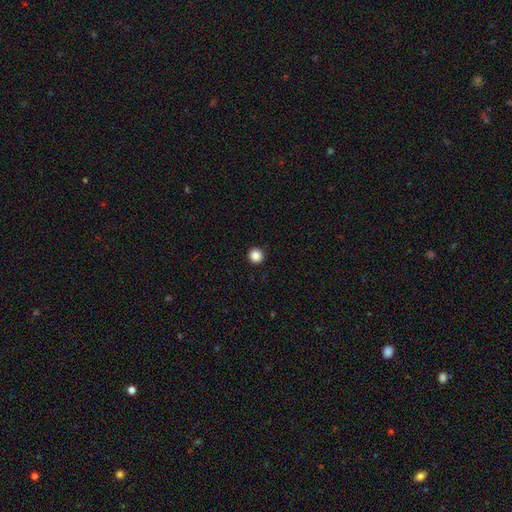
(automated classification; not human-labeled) The model was most divided on "smooth or featured": smooth: 87%, star or artifact: 10%, featured or disk: 3%. More confident: how rounded — round (96%); merging — none (94%).